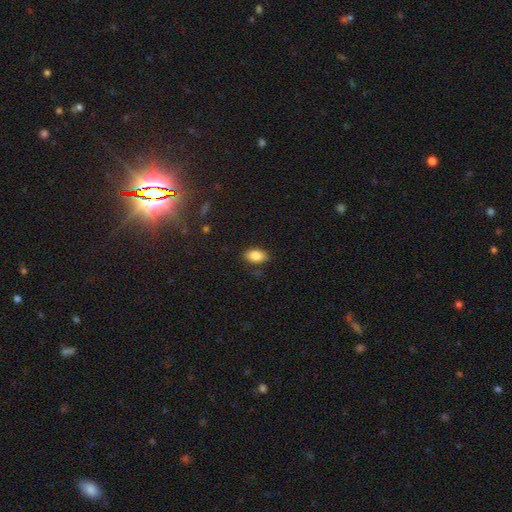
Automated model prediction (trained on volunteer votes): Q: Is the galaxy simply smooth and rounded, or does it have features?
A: smooth — 85%.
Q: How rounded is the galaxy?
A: in between — 89%.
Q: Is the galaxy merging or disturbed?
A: none — 84%.